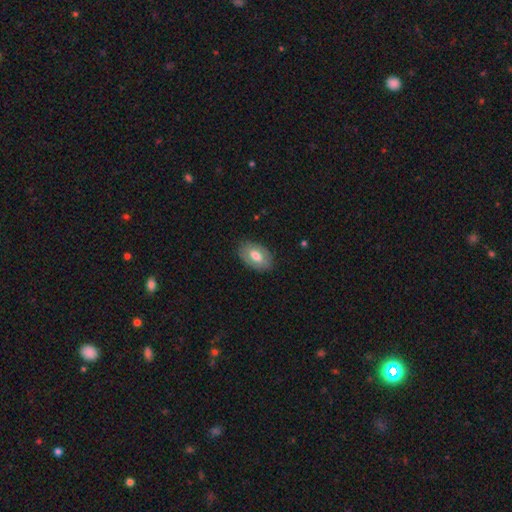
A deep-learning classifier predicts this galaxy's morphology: Overall: smooth (59%; featured or disk 35%). How rounded: in between (91%). Merging: none (83%).